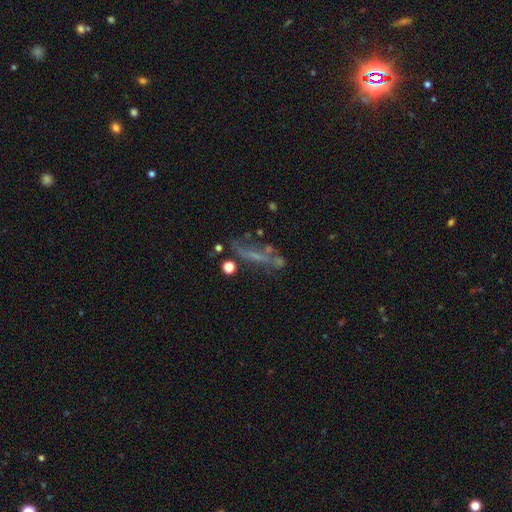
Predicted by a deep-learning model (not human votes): Smooth or featured? Predicted: featured or disk (p=0.52). Edge-on disk? Predicted: no (p=0.68). Merging? Predicted: none (p=0.41).